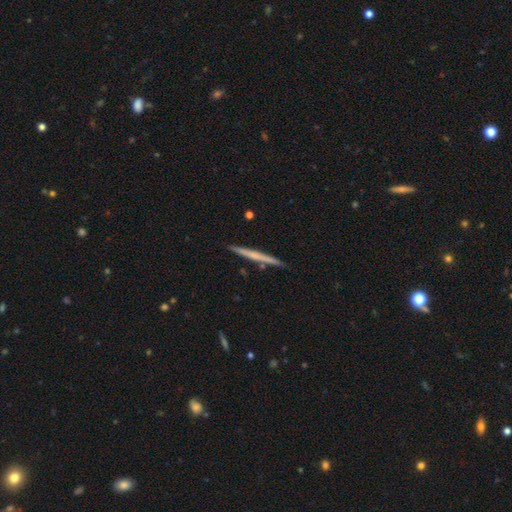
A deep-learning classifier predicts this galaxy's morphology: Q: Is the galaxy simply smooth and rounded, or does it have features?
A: featured or disk — 50%.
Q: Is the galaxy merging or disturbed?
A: none — 89%.